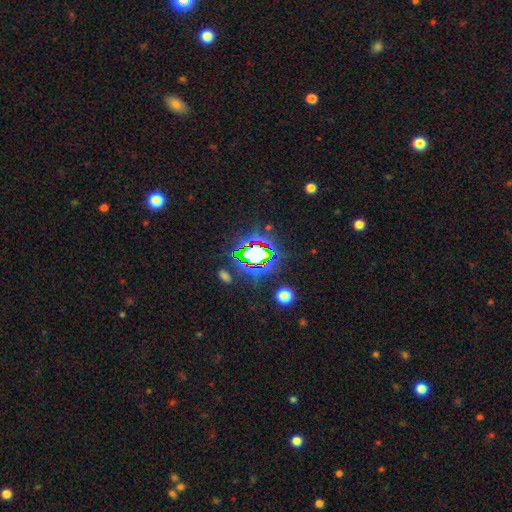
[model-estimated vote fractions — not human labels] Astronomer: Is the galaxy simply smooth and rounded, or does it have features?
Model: star or artifact — 73%.